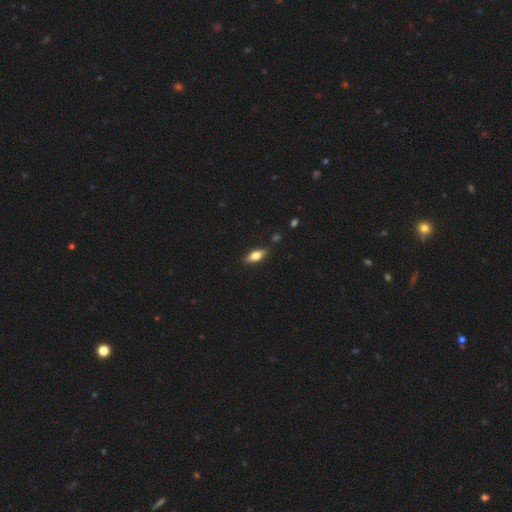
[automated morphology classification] Smooth or featured? smooth (62%)
How rounded? in between (73%)
Merging? none (85%)